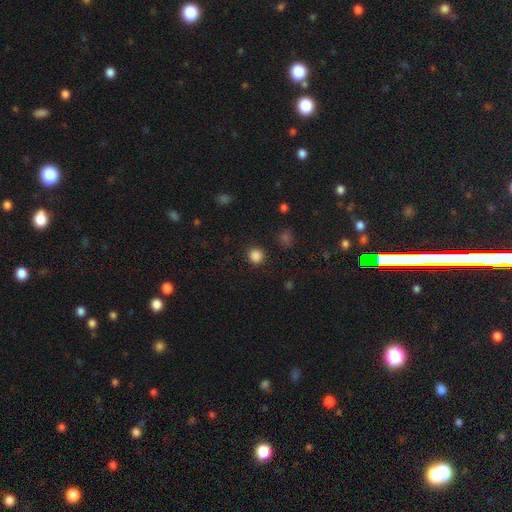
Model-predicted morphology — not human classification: smooth 85%, star or artifact 12%, featured or disk 3%. Down the decision tree: how rounded — round (92%); merging — none (90%).